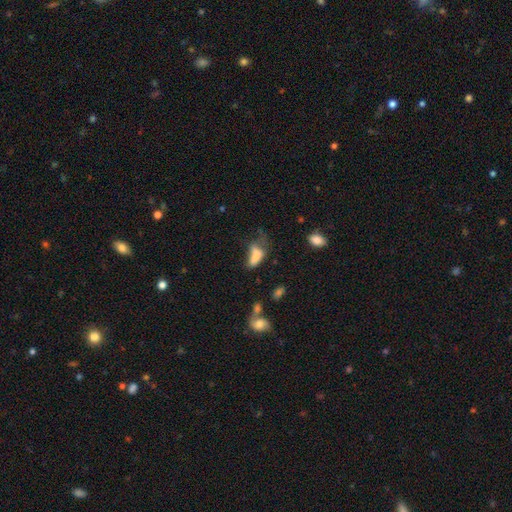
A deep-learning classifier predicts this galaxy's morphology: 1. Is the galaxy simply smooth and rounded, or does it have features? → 68% smooth, 20% featured or disk, 12% star or artifact.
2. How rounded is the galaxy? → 81% in between, 14% cigar-shaped, 5% round.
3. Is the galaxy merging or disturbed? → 40% major disturbance, 23% minor disturbance, 20% none, 16% merger.